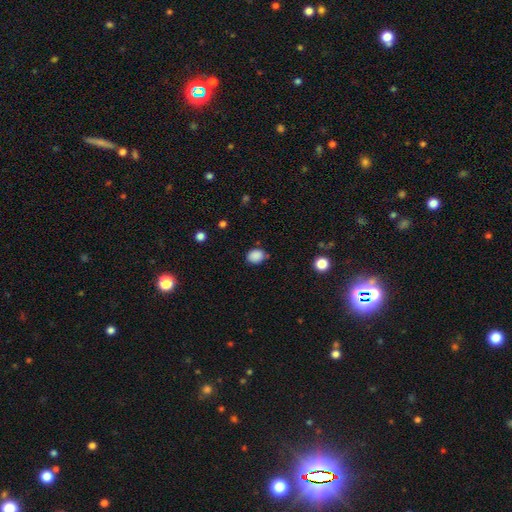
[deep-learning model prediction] smooth-or-featured: smooth: 87% | star or artifact: 9% | featured or disk: 3%
  how-rounded: round: 51% | in between: 48% | cigar-shaped: 1%
  merging: none: 79% | minor disturbance: 16% | major disturbance: 3% | merger: 2%